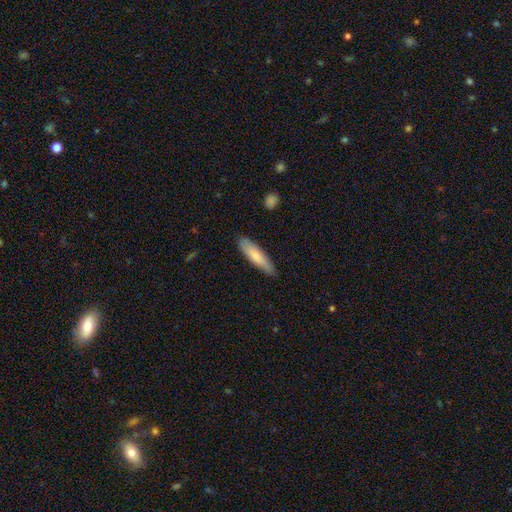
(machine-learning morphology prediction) This is likely a smooth galaxy (77%). How rounded: likely cigar-shaped (73%). Merging: clearly none (83%).